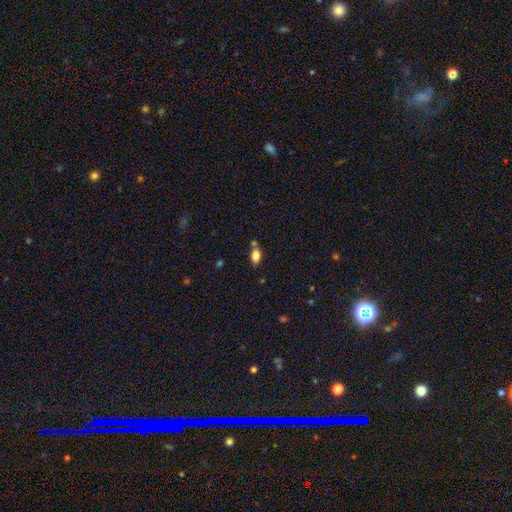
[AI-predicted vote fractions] A smooth galaxy with no disk features (81%) that is in between round and cigar-shaped (88%). Merging: none (66%).